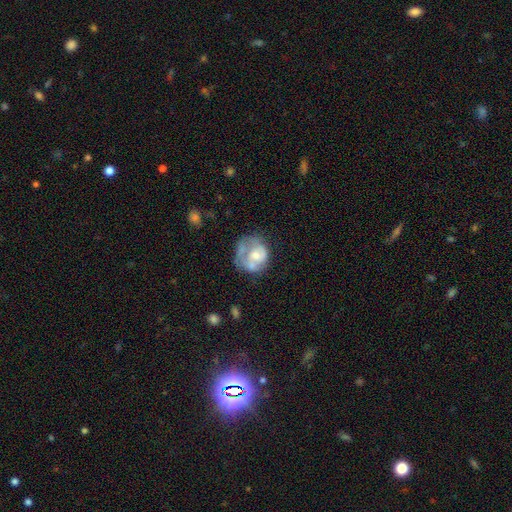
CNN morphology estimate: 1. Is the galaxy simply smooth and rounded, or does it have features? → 54% featured or disk, 39% smooth, 7% star or artifact.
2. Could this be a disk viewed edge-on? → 98% no, 2% yes.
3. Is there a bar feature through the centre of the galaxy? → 80% no, 17% weak, 3% strong.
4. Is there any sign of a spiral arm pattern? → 58% no, 42% yes.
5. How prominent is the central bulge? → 50% moderate, 31% small, 9% none, 8% large, 2% dominant.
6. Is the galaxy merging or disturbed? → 39% none, 26% minor disturbance, 25% major disturbance, 10% merger.